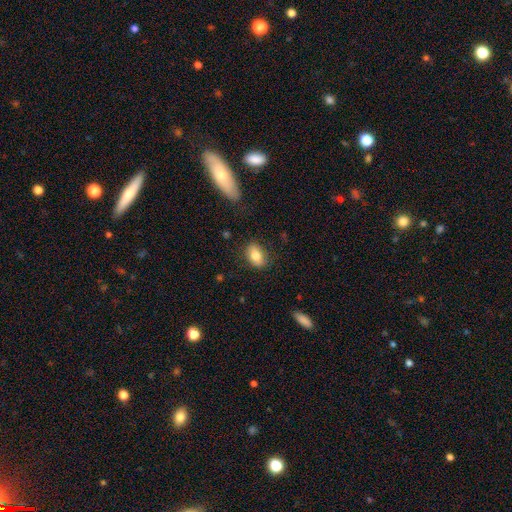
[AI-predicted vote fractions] Smooth or featured?
  - smooth: 79% *
  - featured or disk: 13%
  - star or artifact: 8%
How rounded?
  - in between: 81% *
  - round: 17%
  - cigar-shaped: 2%
Merging?
  - none: 82% *
  - minor disturbance: 13%
  - major disturbance: 3%
  - merger: 1%